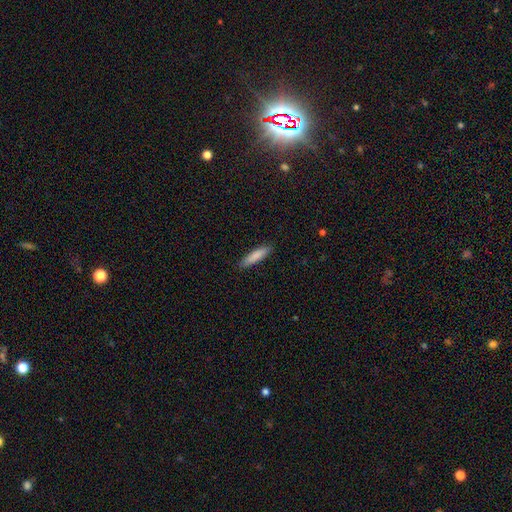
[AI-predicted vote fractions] A smooth galaxy with no disk features (86%) that is cigar-shaped (80%). Merging: none (88%).